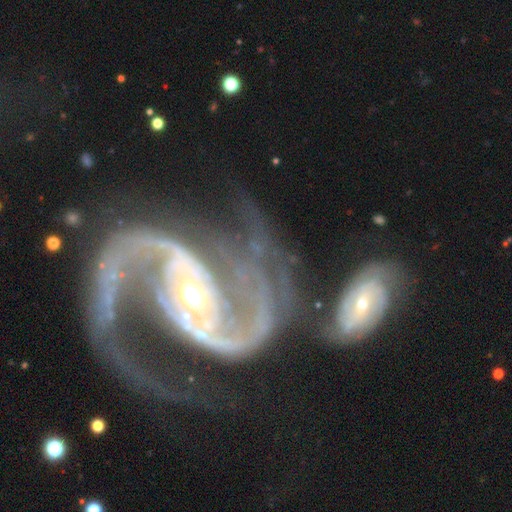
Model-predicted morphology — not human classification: This appears to be a featured or disk galaxy (93%) with a strong bar (40%), 2 (91%) medium (56%) spiral arms (98%) and a moderate central bulge (50%). Merging: none (43%).